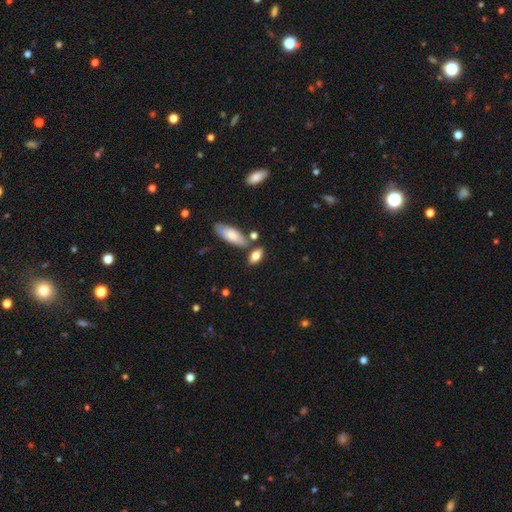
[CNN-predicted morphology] A smooth galaxy with no disk features (75%) that is in between round and cigar-shaped (78%). Merging: none (64%).